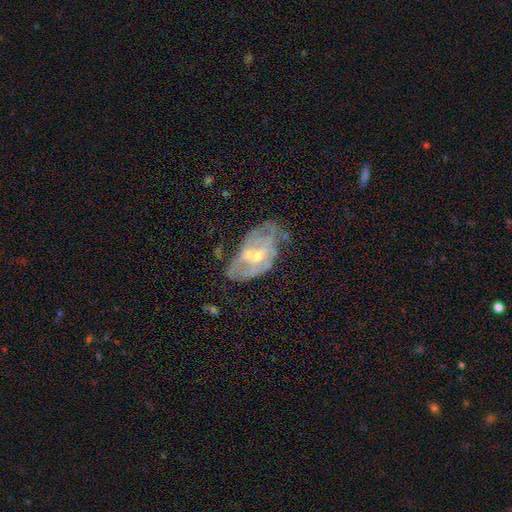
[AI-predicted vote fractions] Smooth or featured: featured or disk — 69% (smooth — 23%)
Edge-on disk: no — 94% (yes — 6%)
Bar: no — 45% (weak — 41%)
Spiral arms: no — 53% (yes — 47%)
Bulge size: small — 51% (moderate — 42%)
Merging: none — 39% (minor disturbance — 29%)